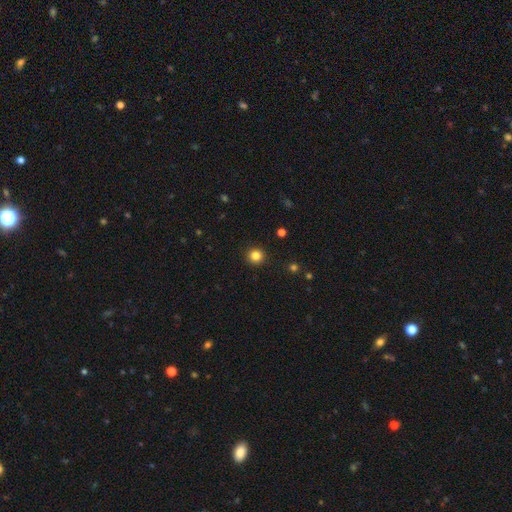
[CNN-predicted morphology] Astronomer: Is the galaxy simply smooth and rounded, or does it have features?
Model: smooth — 83%.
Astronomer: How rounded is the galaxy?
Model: round — 94%.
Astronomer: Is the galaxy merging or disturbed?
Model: none — 92%.